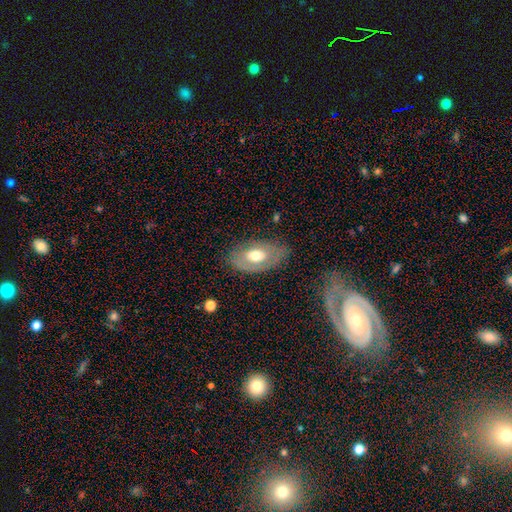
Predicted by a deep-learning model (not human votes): This appears to be a smooth galaxy with no disk features (48%). Merging: none (74%).